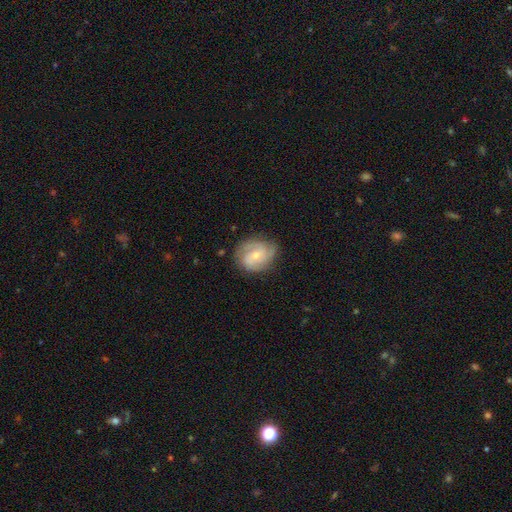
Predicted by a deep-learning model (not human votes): This appears to be a featured or disk galaxy (70%) with no bar (56%), 2 (36%) medium (44%) spiral arms (92%) and a small central bulge (57%). Merging: none (72%).